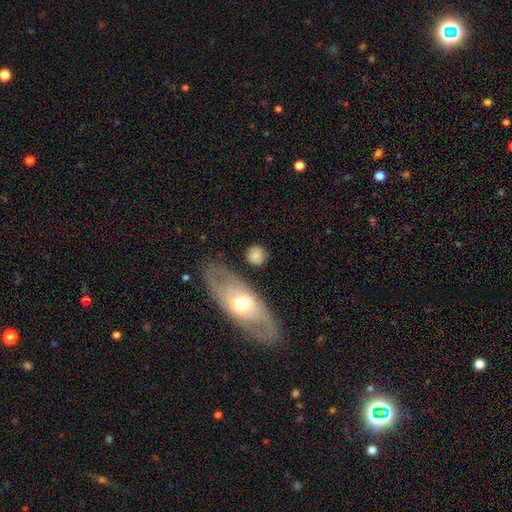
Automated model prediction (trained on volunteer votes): This is likely a smooth galaxy (76%). How rounded: likely round (70%). Merging: likely none (75%).